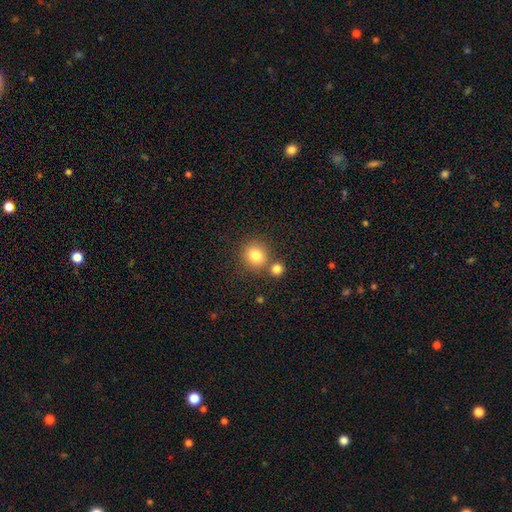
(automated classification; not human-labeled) A smooth galaxy with no disk features (81%) that is round (86%).

Vote fractions:
- Smooth or featured? smooth: 81% / star or artifact: 11% / featured or disk: 8%
- How rounded? round: 86% / in between: 13% / cigar-shaped: 1%
- Merging? none: 69% / merger: 19% / minor disturbance: 9% / major disturbance: 3%